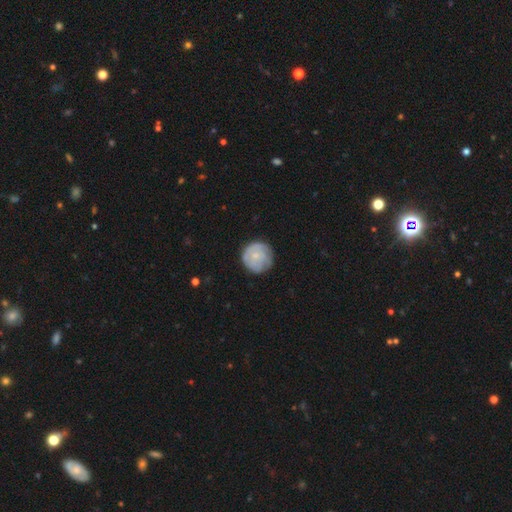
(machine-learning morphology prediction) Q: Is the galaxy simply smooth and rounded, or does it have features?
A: smooth — 52%.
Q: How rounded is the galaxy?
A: round — 93%.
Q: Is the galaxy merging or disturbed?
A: none — 75%.